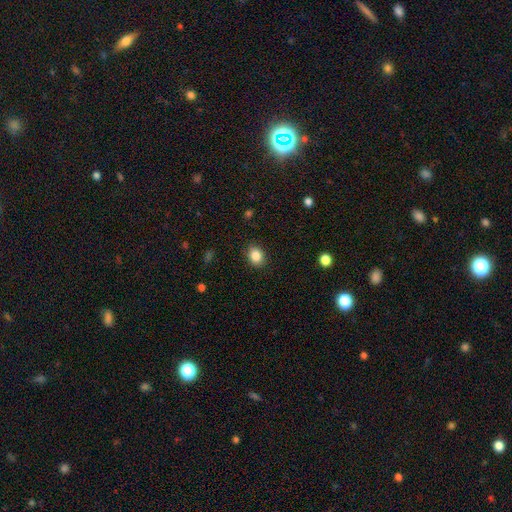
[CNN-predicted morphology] smooth 86%, star or artifact 9%, featured or disk 5%. Down the decision tree: how rounded — in between (50%); merging — none (88%).